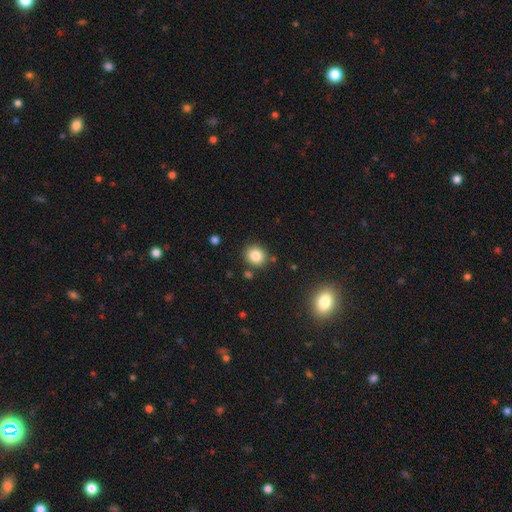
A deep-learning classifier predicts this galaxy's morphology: Smooth or featured: smooth — 83% (star or artifact — 11%)
How rounded: round — 83% (in between — 16%)
Merging: none — 84% (minor disturbance — 9%)